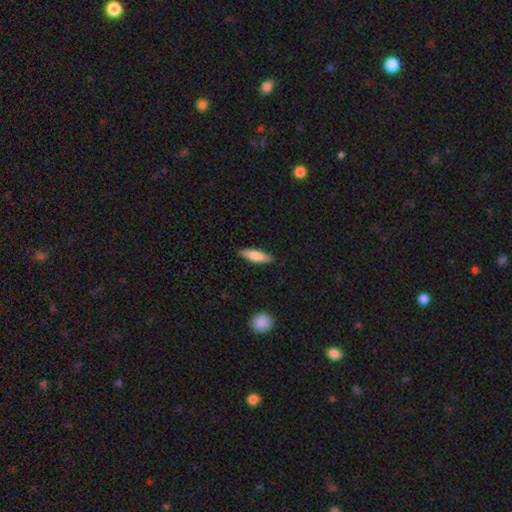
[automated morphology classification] The model was most divided on "how rounded": cigar-shaped: 61%, in between: 37%, round: 2%. More confident: merging — none (87%); smooth or featured — smooth (72%).